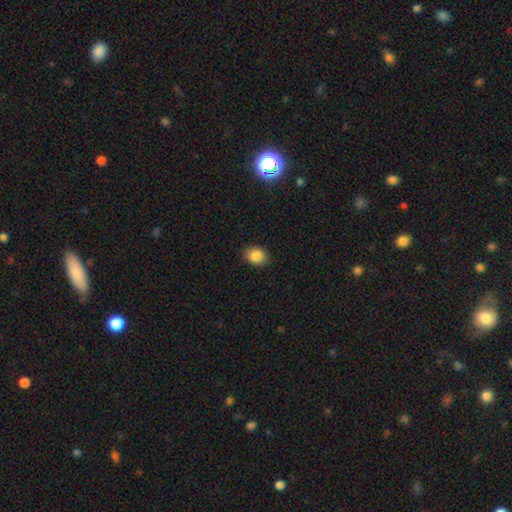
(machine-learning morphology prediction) A smooth galaxy with no disk features (87%) that is in between round and cigar-shaped (56%). Merging: none (88%).